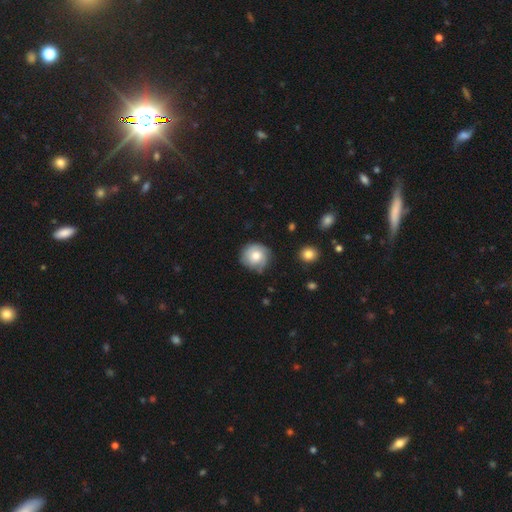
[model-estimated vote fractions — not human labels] Morphology: type=smooth (55%); roundness=round (89%); merging=none (70%).